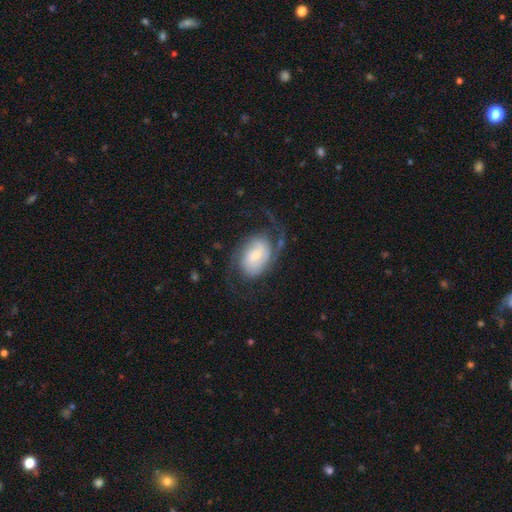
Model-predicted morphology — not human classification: featured or disk 78%, smooth 16%, star or artifact 6%. Down the decision tree: edge-on disk — no (97%); bar — weak (45%); spiral arms — yes (94%); spiral arm count — 2 (74%); spiral winding — medium (42%); bulge size — small (38%); merging — none (58%).